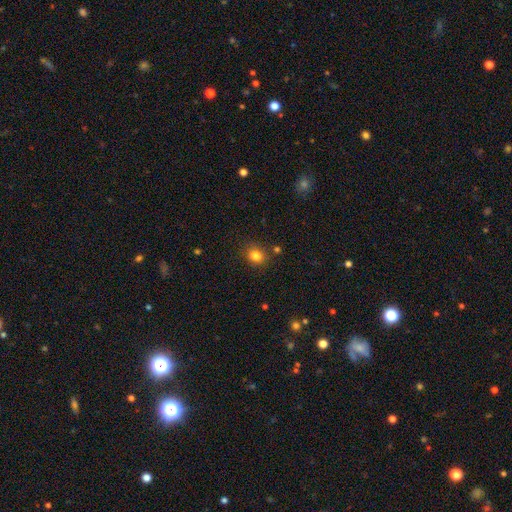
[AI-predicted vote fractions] Q: Smooth or featured?
A: smooth (81%); runner-up: star or artifact (13%)
Q: How rounded?
A: round (71%); runner-up: in between (28%)
Q: Merging?
A: none (83%); runner-up: minor disturbance (10%)